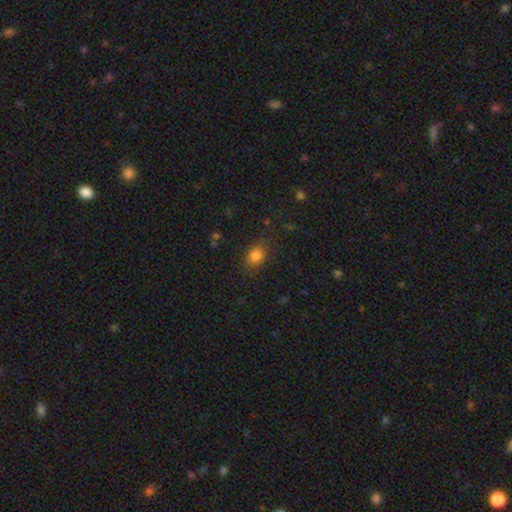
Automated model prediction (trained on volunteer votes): A smooth galaxy with no disk features (82%) that is in between round and cigar-shaped (60%). Merging: none (81%).